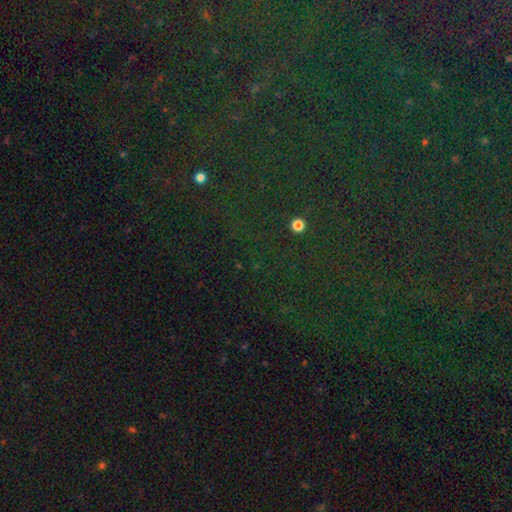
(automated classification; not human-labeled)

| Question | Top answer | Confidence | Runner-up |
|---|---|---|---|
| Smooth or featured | star or artifact | 84% | smooth (9%) |